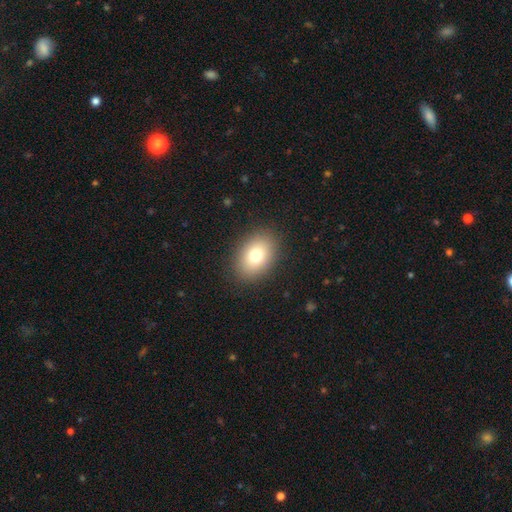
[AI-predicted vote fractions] Q: Smooth or featured?
A: smooth (77%); runner-up: featured or disk (12%)
Q: How rounded?
A: in between (79%); runner-up: round (20%)
Q: Merging?
A: none (88%); runner-up: minor disturbance (8%)